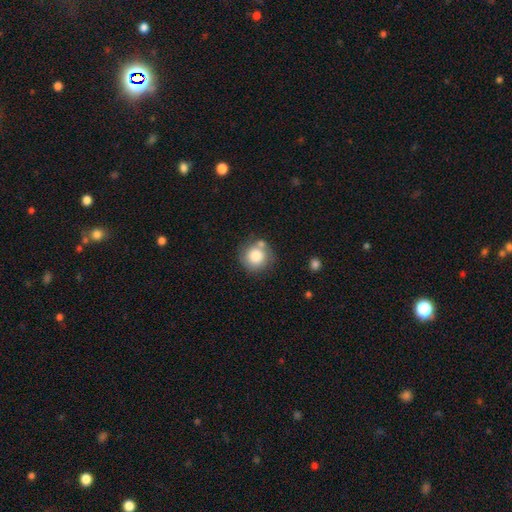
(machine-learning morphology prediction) Overall: smooth (81%). How rounded: round (92%). Merging: none (67%).